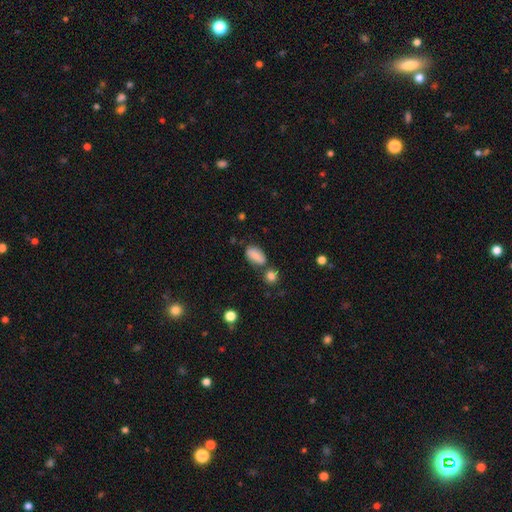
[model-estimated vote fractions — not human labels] smooth 79%, featured or disk 13%, star or artifact 8%. Down the decision tree: how rounded — in between (90%); merging — none (61%).